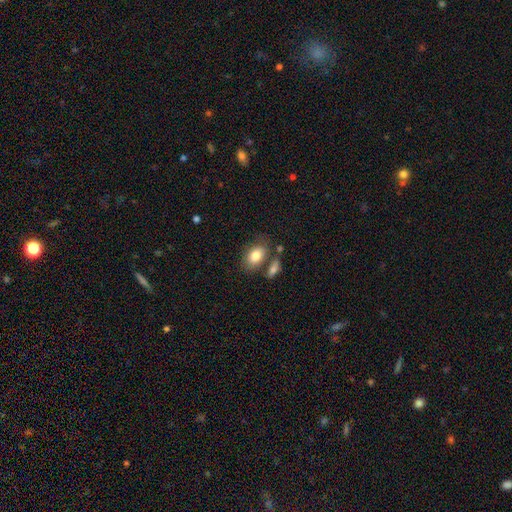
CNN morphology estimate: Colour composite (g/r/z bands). It shows a smooth galaxy with no disk features (81%) that is in between round and cigar-shaped (86%). Merging: none (61%).